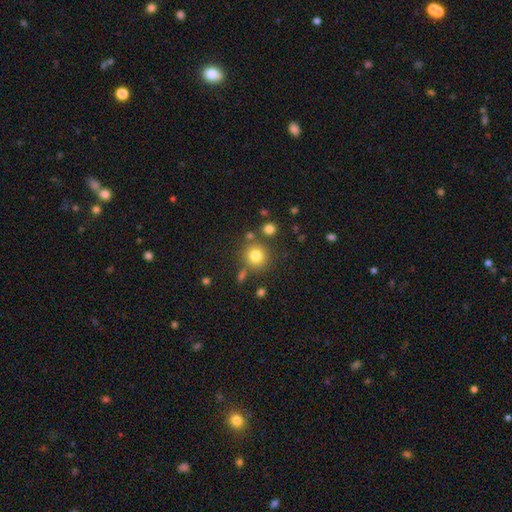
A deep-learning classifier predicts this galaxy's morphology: Smooth or featured? smooth (79%)
How rounded? round (91%)
Merging? none (78%)